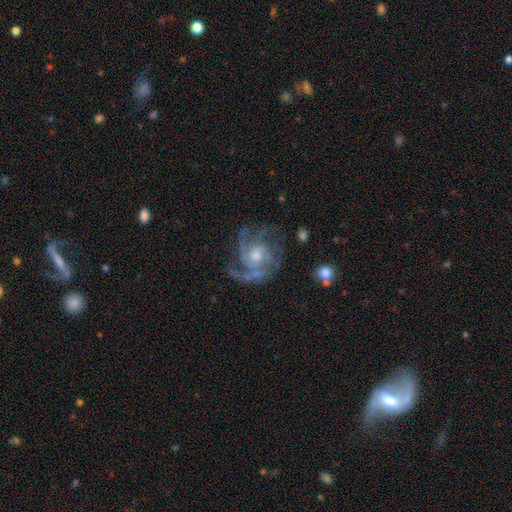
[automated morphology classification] Smooth or featured: featured or disk — 88% (star or artifact — 6%)
Edge-on disk: no — 98% (yes — 2%)
Bar: no — 70% (weak — 25%)
Spiral arms: yes — 97% (no — 3%)
Spiral winding: tight — 50% (medium — 41%)
Spiral arm count: 3 — 39% (2 — 23%)
Bulge size: moderate — 56% (small — 35%)
Merging: none — 69% (minor disturbance — 18%)